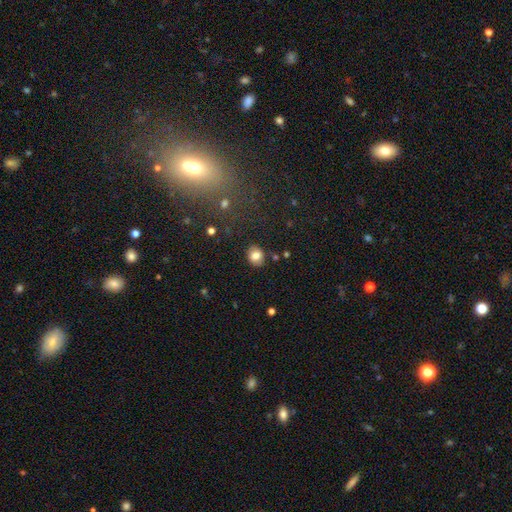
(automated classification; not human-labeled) smooth_or_featured: smooth (p=0.80) [alt: star or artifact p=0.10]
how_rounded: round (p=0.68) [alt: in between p=0.31]
merging: none (p=0.86) [alt: minor disturbance p=0.10]